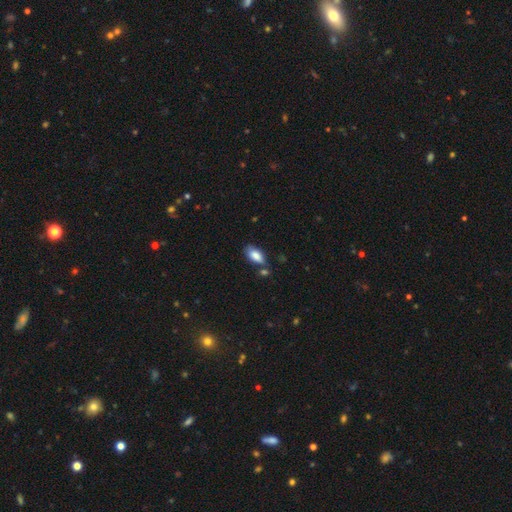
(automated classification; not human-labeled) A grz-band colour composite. It shows a smooth galaxy with no disk features (84%) that is in between round and cigar-shaped (90%). Merging: none (61%).